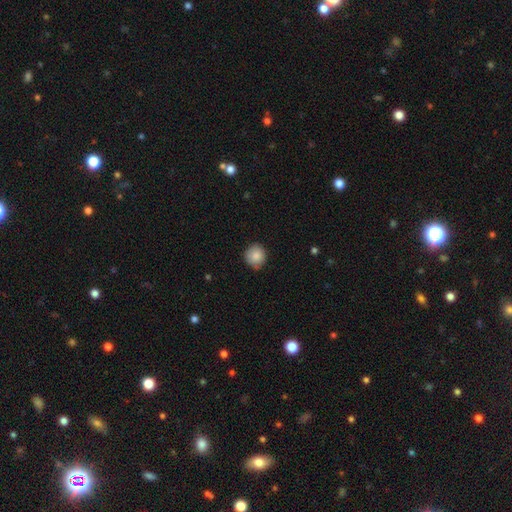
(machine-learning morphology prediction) smooth-or-featured: smooth: 86% | star or artifact: 8% | featured or disk: 6%
  how-rounded: round: 91% | in between: 8% | cigar-shaped: 1%
  merging: none: 80% | minor disturbance: 16% | major disturbance: 2% | merger: 1%